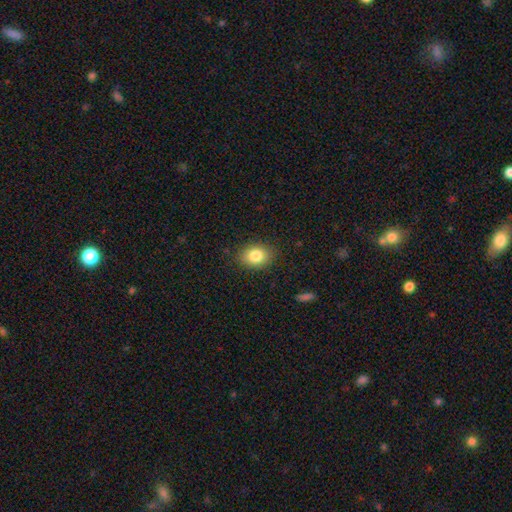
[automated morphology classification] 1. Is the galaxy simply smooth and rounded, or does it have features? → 83% smooth, 9% star or artifact, 8% featured or disk.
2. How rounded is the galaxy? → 67% in between, 32% round, 1% cigar-shaped.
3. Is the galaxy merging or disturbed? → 86% none, 10% minor disturbance, 3% major disturbance, 1% merger.